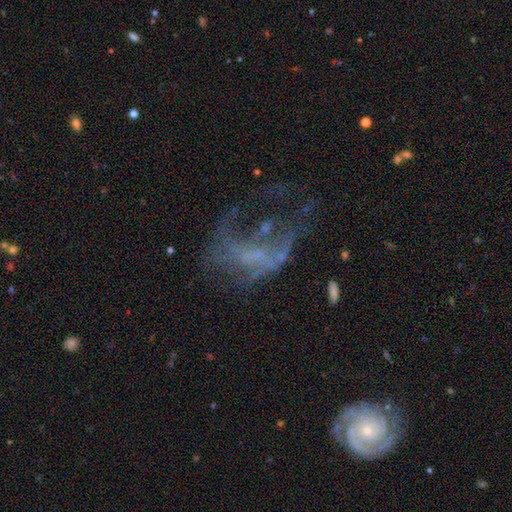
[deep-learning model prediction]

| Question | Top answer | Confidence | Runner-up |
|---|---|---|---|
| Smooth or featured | featured or disk | 62% | star or artifact (22%) |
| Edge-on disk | no | 97% | yes (3%) |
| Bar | no | 78% | weak (17%) |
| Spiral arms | no | 66% | yes (34%) |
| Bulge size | none | 65% | small (24%) |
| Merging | major disturbance | 52% | none (27%) |